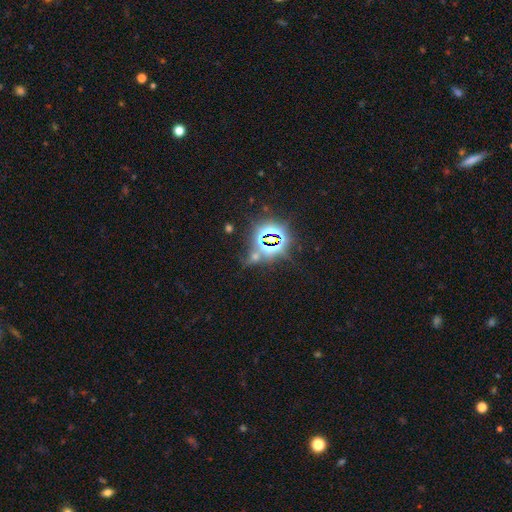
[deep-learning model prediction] Smooth or featured? star or artifact (77%)